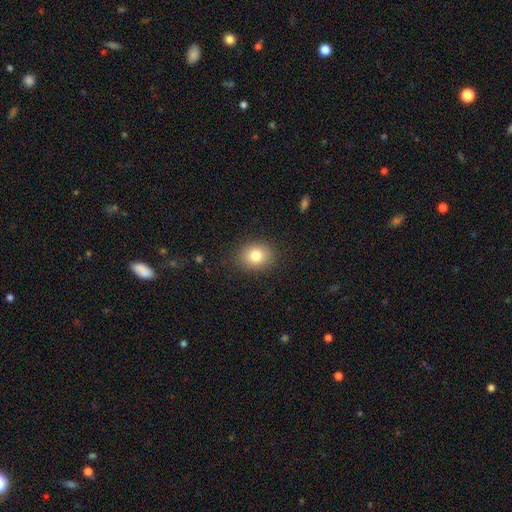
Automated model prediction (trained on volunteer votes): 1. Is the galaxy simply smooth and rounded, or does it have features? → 80% smooth, 11% star or artifact, 9% featured or disk.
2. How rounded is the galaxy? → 56% round, 43% in between, 1% cigar-shaped.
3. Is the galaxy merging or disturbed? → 87% none, 9% minor disturbance, 3% major disturbance, 1% merger.